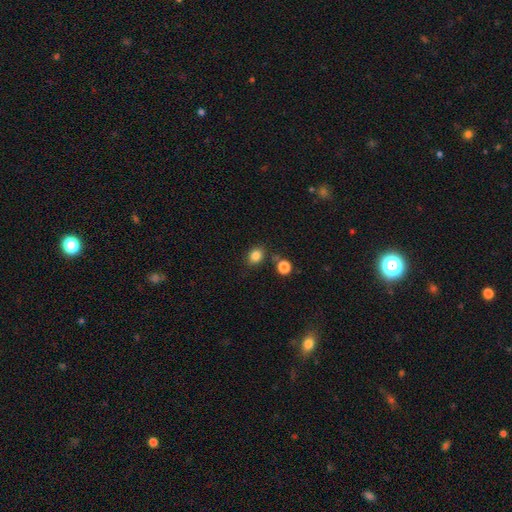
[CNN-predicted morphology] smooth-or-featured: smooth: 83% | star or artifact: 11% | featured or disk: 5%
  how-rounded: round: 50% | in between: 49% | cigar-shaped: 1%
  merging: none: 77% | minor disturbance: 13% | merger: 7% | major disturbance: 3%